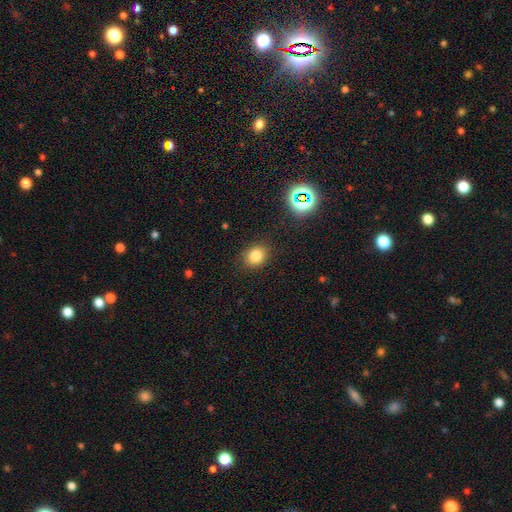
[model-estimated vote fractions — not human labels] A smooth galaxy with no disk features (81%) that is round (64%).

Vote fractions:
- Smooth or featured? smooth: 81% / star or artifact: 13% / featured or disk: 6%
- How rounded? round: 64% / in between: 35% / cigar-shaped: 1%
- Merging? none: 86% / minor disturbance: 10% / major disturbance: 3% / merger: 1%